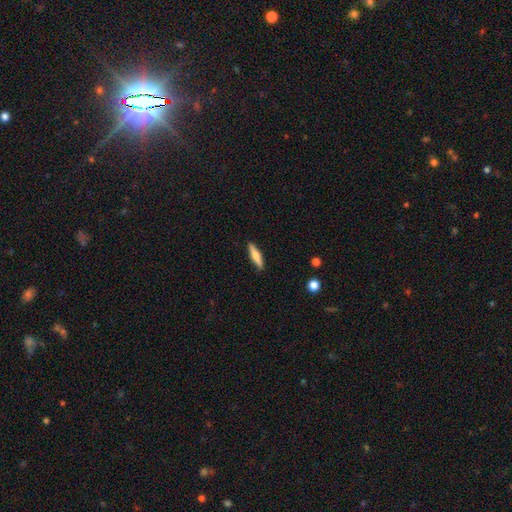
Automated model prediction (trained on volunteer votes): Smooth or featured? smooth (57%)
How rounded? cigar-shaped (79%)
Merging? none (90%)